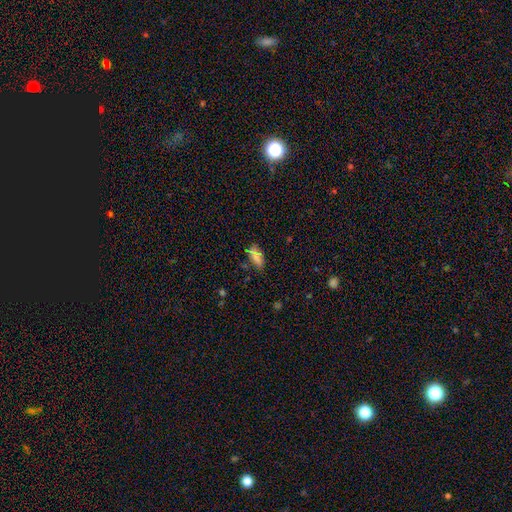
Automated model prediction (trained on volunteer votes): Smooth or featured?
  - smooth: 71% *
  - star or artifact: 19%
  - featured or disk: 10%
How rounded?
  - in between: 73% *
  - cigar-shaped: 23%
  - round: 4%
Merging?
  - none: 67% *
  - minor disturbance: 20%
  - major disturbance: 7%
  - merger: 6%